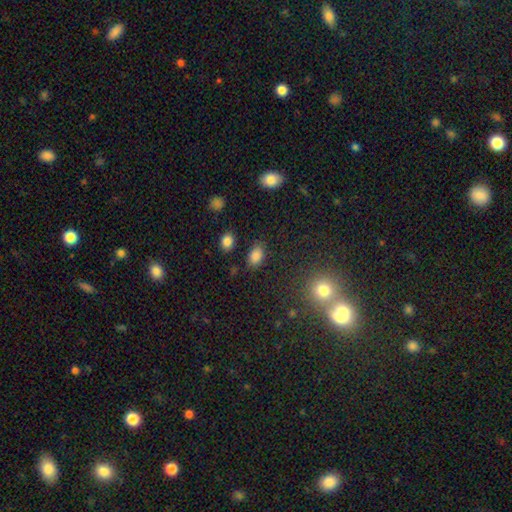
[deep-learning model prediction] A smooth galaxy with no disk features (85%) that is in between round and cigar-shaped (87%). Merging: none (79%).